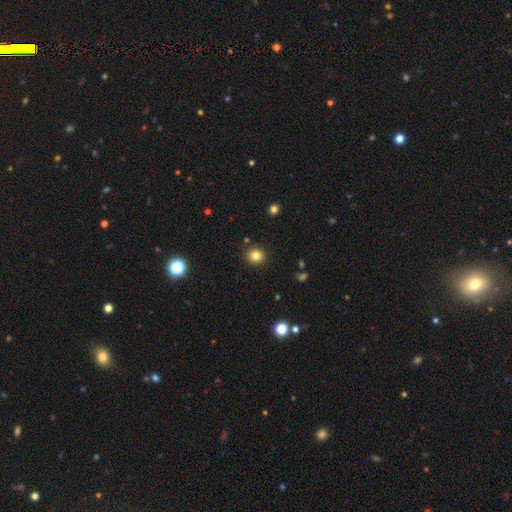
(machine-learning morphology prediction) A smooth galaxy with no disk features (83%) that is round (89%). Merging: none (89%).